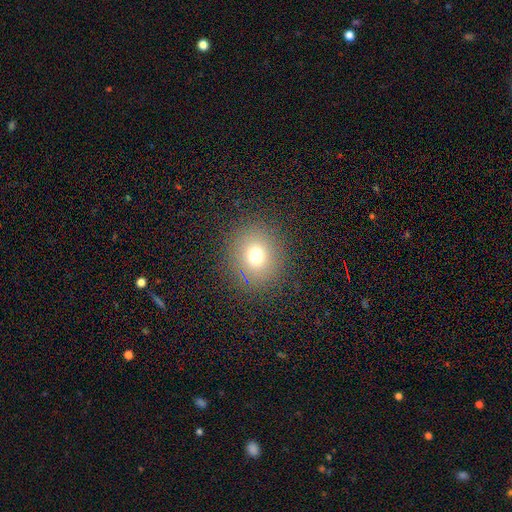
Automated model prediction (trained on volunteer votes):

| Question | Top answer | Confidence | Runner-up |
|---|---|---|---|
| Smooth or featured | smooth | 71% | star or artifact (18%) |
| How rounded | round | 85% | in between (14%) |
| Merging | none | 87% | minor disturbance (8%) |